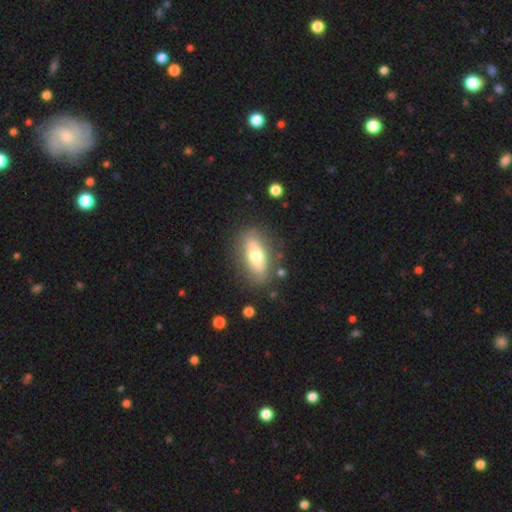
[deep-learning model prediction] A smooth galaxy with no disk features (56%) that is in between round and cigar-shaped (83%). Merging: none (80%).